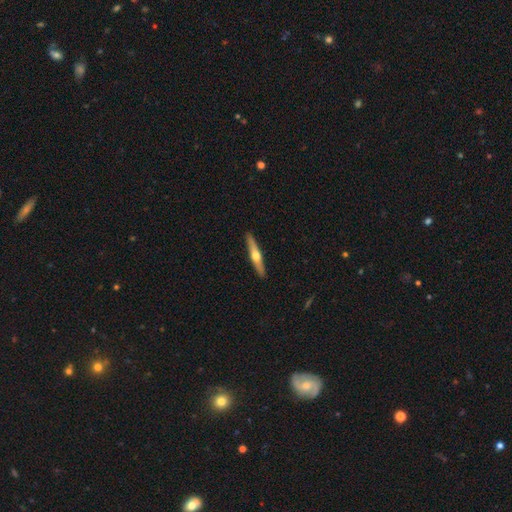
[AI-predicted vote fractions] Smooth or featured?
  - featured or disk: 60% *
  - smooth: 35%
  - star or artifact: 5%
Edge-on disk?
  - yes: 95% *
  - no: 5%
Edge-on bulge?
  - rounded: 93% *
  - none: 5%
  - boxy: 2%
Merging?
  - none: 91% *
  - minor disturbance: 6%
  - major disturbance: 1%
  - merger: 1%